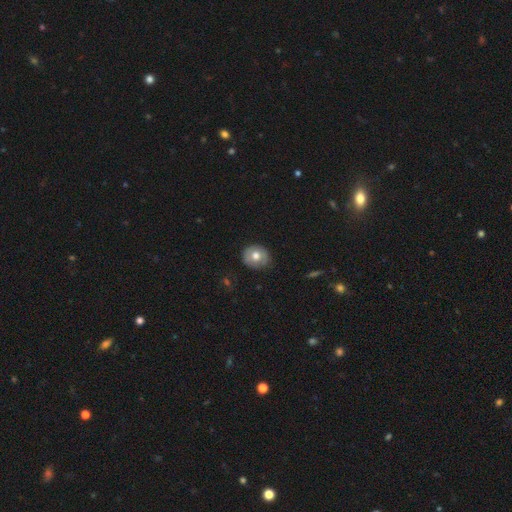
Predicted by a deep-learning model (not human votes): A smooth galaxy with no disk features (64%) that is round (80%). Merging: none (82%).